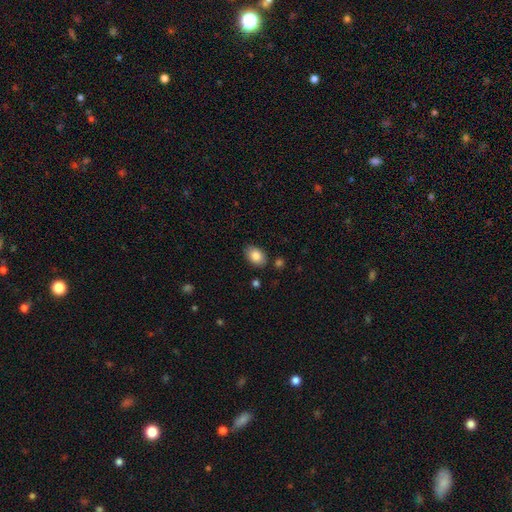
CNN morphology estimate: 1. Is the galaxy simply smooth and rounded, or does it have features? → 85% smooth, 8% star or artifact, 7% featured or disk.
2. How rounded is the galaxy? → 85% in between, 13% round, 1% cigar-shaped.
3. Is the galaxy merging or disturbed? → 84% none, 11% minor disturbance, 3% merger, 2% major disturbance.